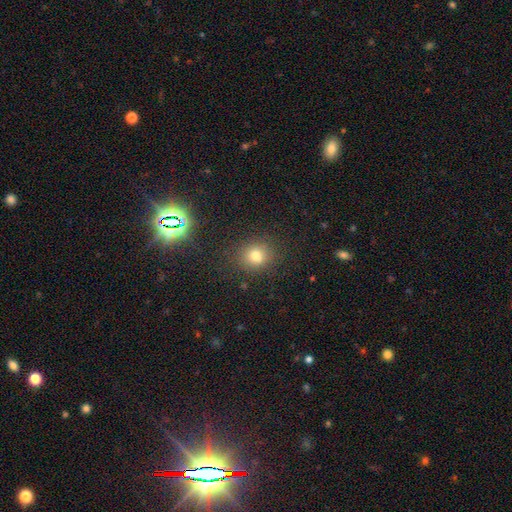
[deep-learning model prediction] A smooth galaxy with no disk features (72%) that is round (76%). Merging: none (80%).